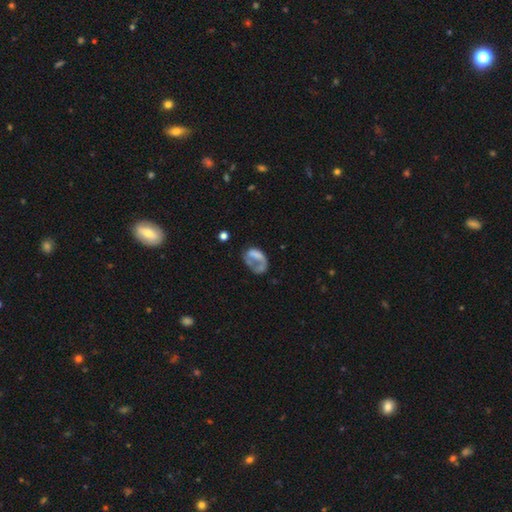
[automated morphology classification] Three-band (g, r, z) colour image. It shows a smooth galaxy with no disk features (47%). Merging: major disturbance (42%).